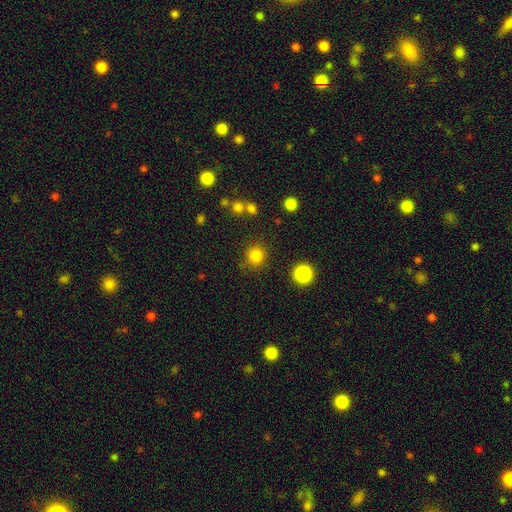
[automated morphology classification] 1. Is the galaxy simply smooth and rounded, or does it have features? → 82% smooth, 14% star or artifact, 4% featured or disk.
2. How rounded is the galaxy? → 93% round, 7% in between, 1% cigar-shaped.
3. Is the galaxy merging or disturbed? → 85% none, 8% minor disturbance, 3% major disturbance, 3% merger.